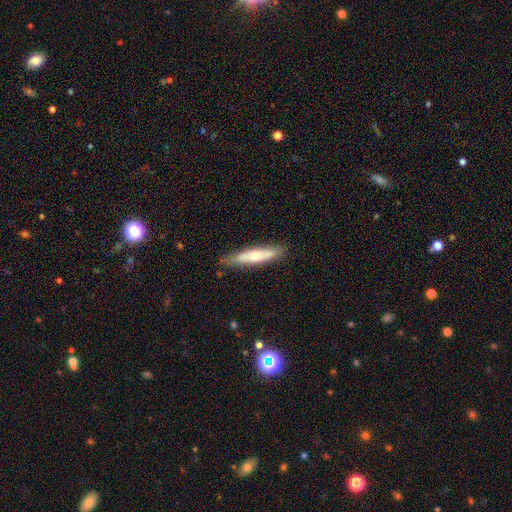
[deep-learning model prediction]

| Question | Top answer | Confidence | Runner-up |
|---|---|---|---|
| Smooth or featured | featured or disk | 53% | smooth (40%) |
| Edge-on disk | yes | 79% | no (21%) |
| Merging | none | 84% | minor disturbance (12%) |